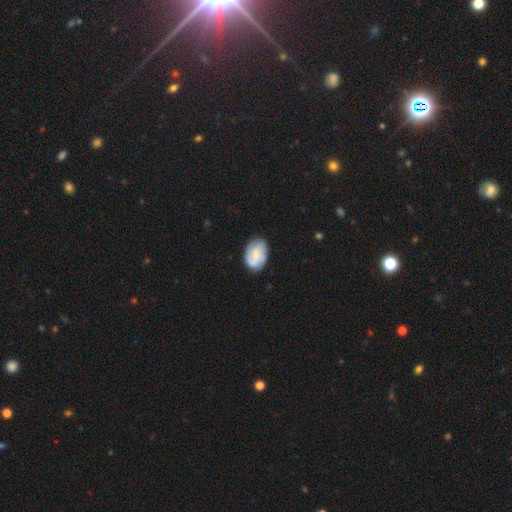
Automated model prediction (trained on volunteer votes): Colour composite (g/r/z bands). It shows a featured or disk galaxy (54%) with no bar (53%), spiral arms (89%) and a small central bulge (38%). Merging: none (77%).